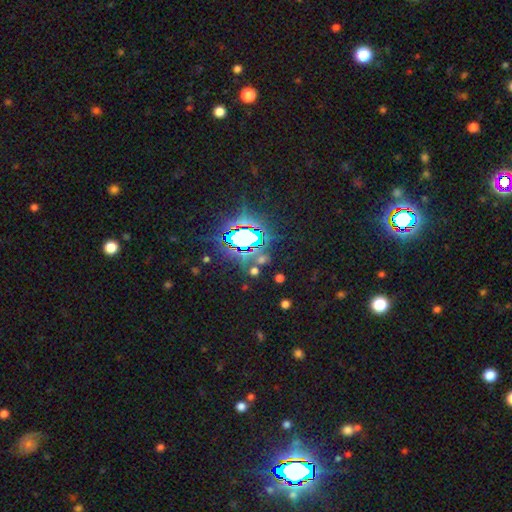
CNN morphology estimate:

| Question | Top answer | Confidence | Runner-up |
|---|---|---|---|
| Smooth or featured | star or artifact | 77% | smooth (14%) |